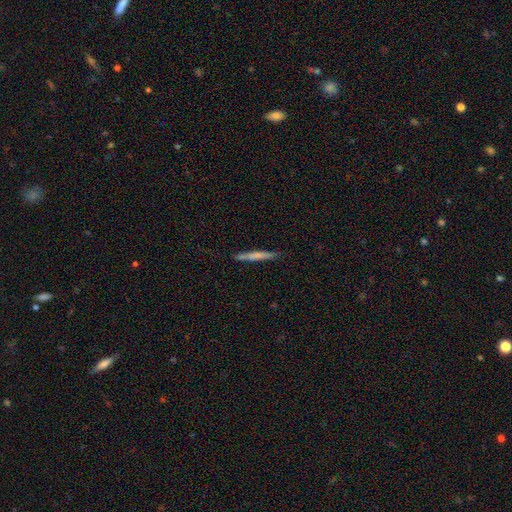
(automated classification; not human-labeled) smooth_or_featured: smooth (p=0.60) [alt: featured or disk p=0.34]
how_rounded: cigar-shaped (p=0.96) [alt: in between p=0.03]
merging: none (p=0.87) [alt: minor disturbance p=0.10]